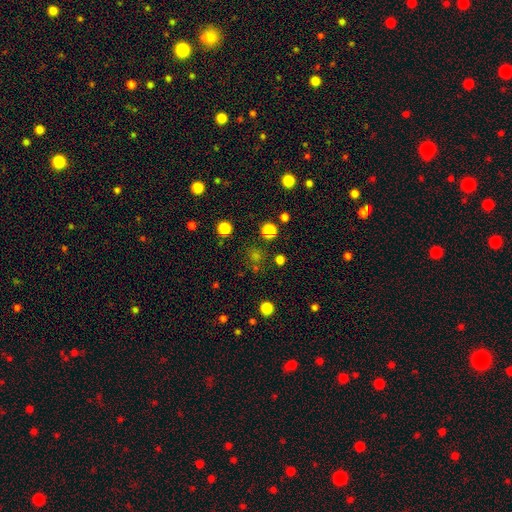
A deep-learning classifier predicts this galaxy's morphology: Smooth or featured? smooth (52%)
How rounded? round (91%)
Merging? none (82%)